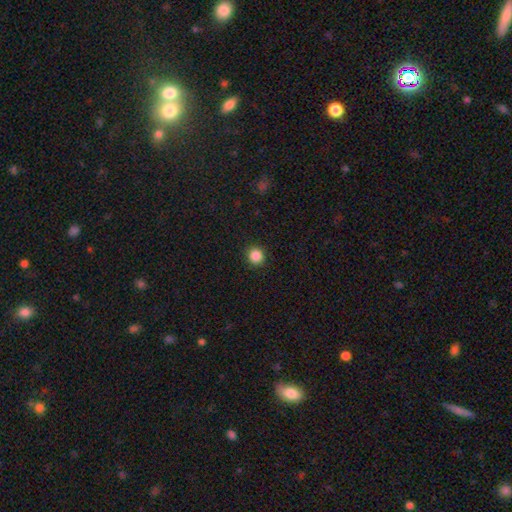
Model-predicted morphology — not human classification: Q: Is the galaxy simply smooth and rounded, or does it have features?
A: smooth — 87%.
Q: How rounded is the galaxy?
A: round — 93%.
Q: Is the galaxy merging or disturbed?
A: none — 92%.